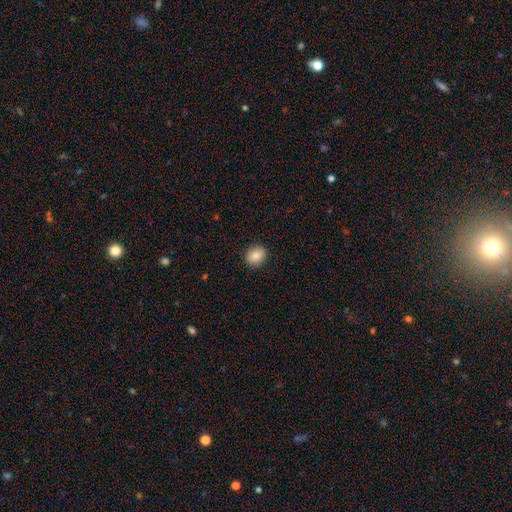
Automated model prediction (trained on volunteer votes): This is clearly a smooth galaxy (86%). How rounded: possibly round (58%). Merging: clearly none (90%).